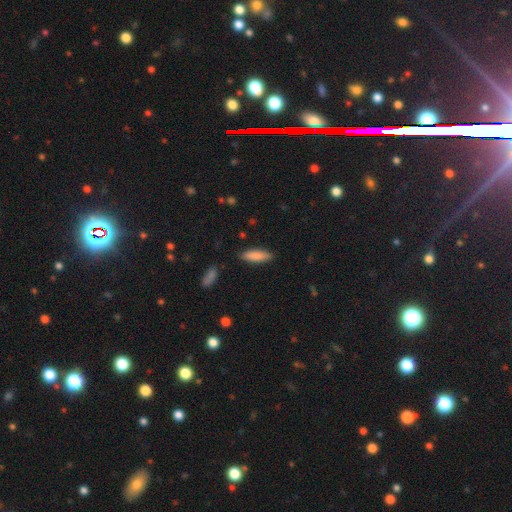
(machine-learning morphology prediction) smooth_or_featured: smooth (p=0.85) [alt: featured or disk p=0.09]
how_rounded: cigar-shaped (p=0.56) [alt: in between p=0.43]
merging: none (p=0.86) [alt: minor disturbance p=0.10]